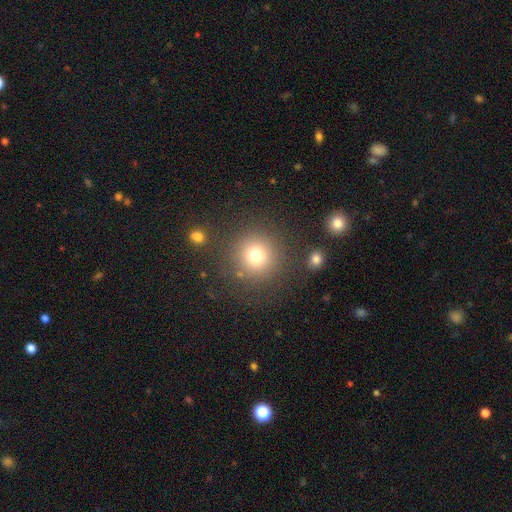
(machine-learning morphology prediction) Smooth or featured? smooth (74%)
How rounded? round (95%)
Merging? none (85%)